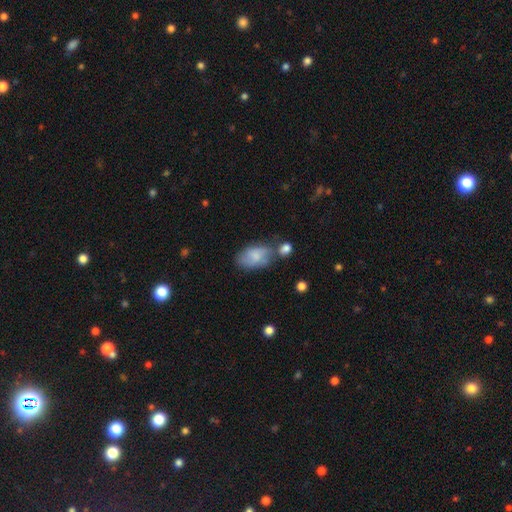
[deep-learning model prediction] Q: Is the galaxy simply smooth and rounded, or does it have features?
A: smooth — 71%.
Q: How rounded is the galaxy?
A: in between — 90%.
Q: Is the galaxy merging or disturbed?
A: none — 49%.